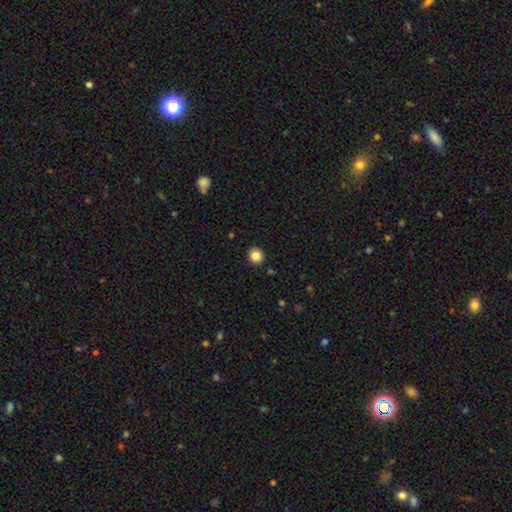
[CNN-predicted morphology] A smooth galaxy with no disk features (85%) that is round (91%).

Vote fractions:
- Smooth or featured? smooth: 85% / star or artifact: 10% / featured or disk: 5%
- How rounded? round: 91% / in between: 8% / cigar-shaped: 1%
- Merging? none: 93% / minor disturbance: 5% / major disturbance: 2% / merger: 1%